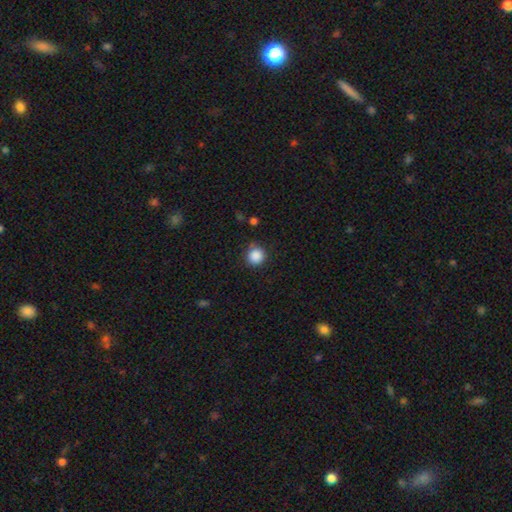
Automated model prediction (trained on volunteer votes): smooth_or_featured: smooth (p=0.87) [alt: star or artifact p=0.10]
how_rounded: round (p=0.92) [alt: in between p=0.07]
merging: none (p=0.83) [alt: minor disturbance p=0.12]